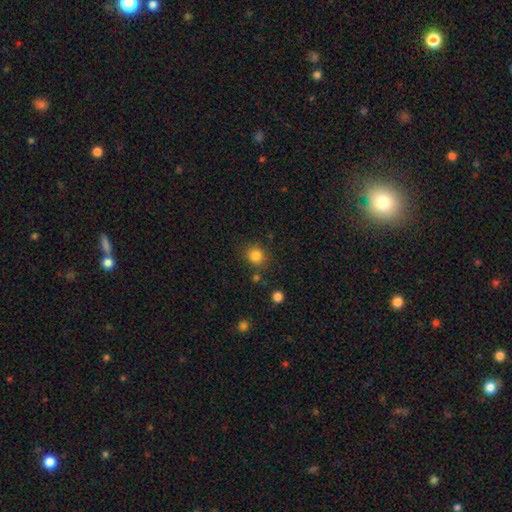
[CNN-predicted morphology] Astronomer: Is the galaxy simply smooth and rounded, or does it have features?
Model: smooth — 84%.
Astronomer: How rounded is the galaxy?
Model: round — 85%.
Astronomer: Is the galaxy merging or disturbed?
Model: none — 82%.